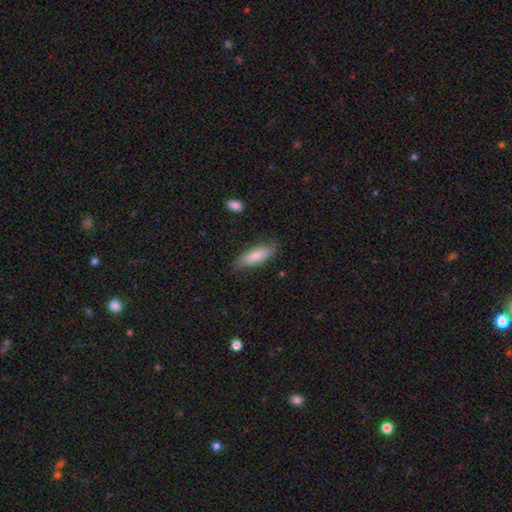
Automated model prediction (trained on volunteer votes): This appears to be a smooth galaxy with no disk features (79%) that is in between round and cigar-shaped (68%). Merging: none (79%).